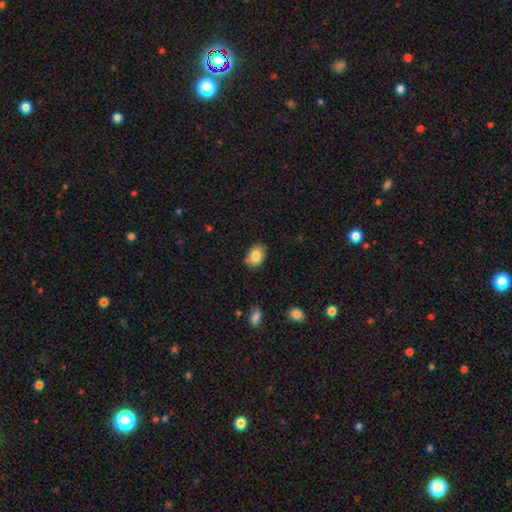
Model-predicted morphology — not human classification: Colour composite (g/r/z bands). It shows a smooth galaxy with no disk features (84%) that is in between round and cigar-shaped (76%). Merging: none (79%).